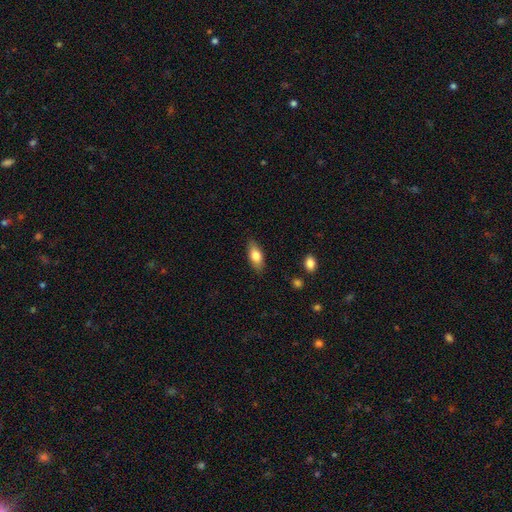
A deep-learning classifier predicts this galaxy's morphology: Smooth or featured? smooth (75%)
How rounded? in between (80%)
Merging? none (85%)